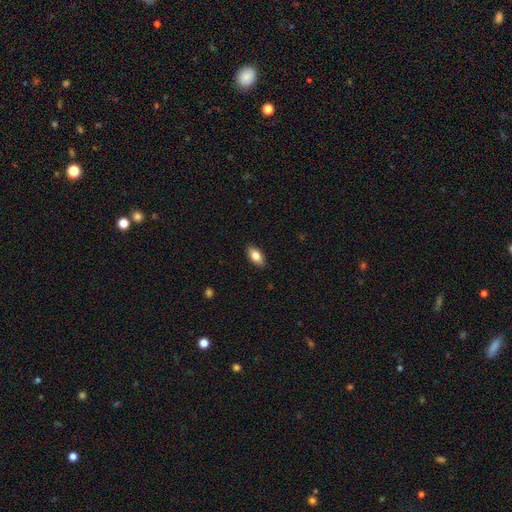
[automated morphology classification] Overall: smooth (82%). How rounded: in between (91%). Merging: none (89%).